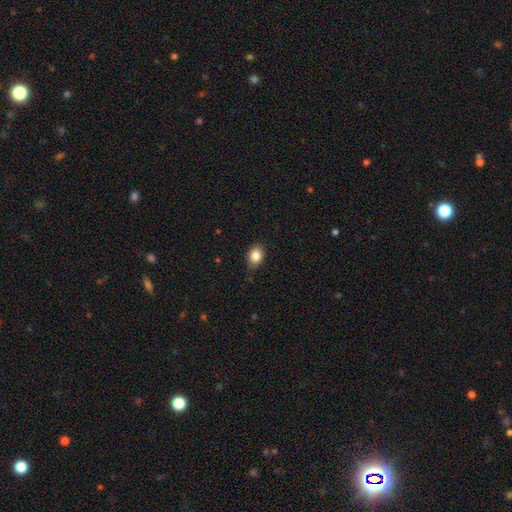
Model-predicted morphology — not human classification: Smooth or featured?
  - smooth: 85% *
  - star or artifact: 9%
  - featured or disk: 6%
How rounded?
  - in between: 67% *
  - round: 32%
  - cigar-shaped: 1%
Merging?
  - none: 77% *
  - minor disturbance: 19%
  - major disturbance: 3%
  - merger: 1%